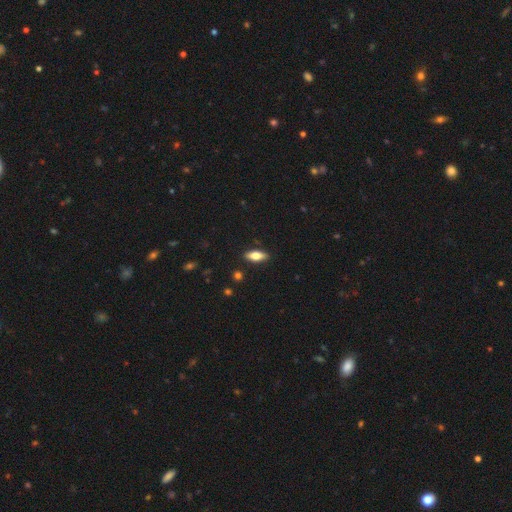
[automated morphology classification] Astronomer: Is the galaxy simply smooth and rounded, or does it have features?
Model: smooth — 72%.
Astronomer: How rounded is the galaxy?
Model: in between — 76%.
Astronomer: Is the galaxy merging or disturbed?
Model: none — 88%.